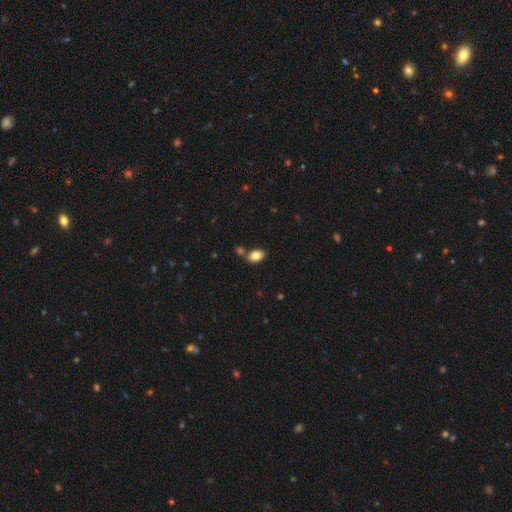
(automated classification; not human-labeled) This is clearly a smooth galaxy (83%). How rounded: clearly in between (85%). Merging: likely none (69%).